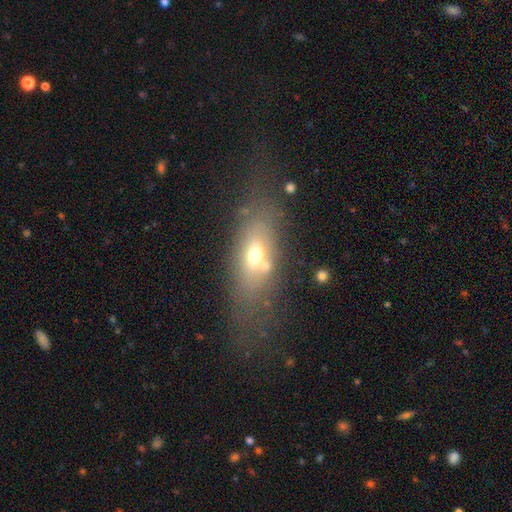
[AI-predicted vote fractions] This is possibly a smooth galaxy (57%). How rounded: likely in between (72%). Merging: possibly none (56%).